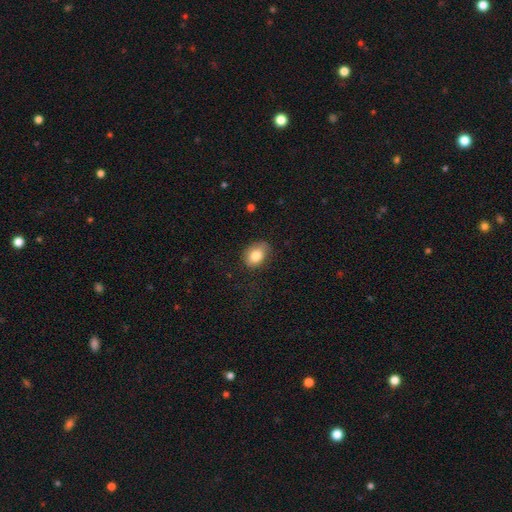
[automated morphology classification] Smooth or featured: smooth — 81% (featured or disk — 11%)
How rounded: in between — 68% (round — 31%)
Merging: none — 67% (minor disturbance — 24%)